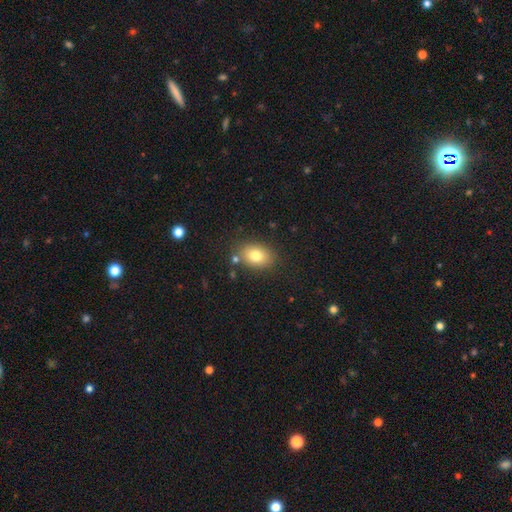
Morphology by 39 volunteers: Smooth or featured?
  - smooth: 87% *
  - featured or disk: 10%
  - star or artifact: 3%
How rounded?
  - in between: 76% *
  - round: 24%
  - cigar-shaped: 0%
Merging?
  - none: 92% *
  - minor disturbance: 8%
  - major disturbance: 0%
  - merger: 0%